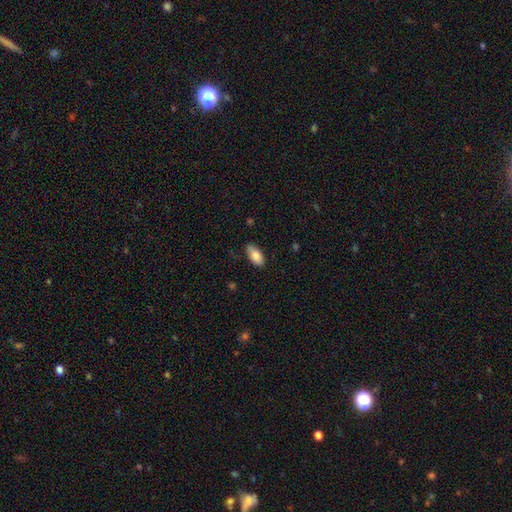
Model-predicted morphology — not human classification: type=smooth (84%); roundness=in between (92%); merging=none (82%).